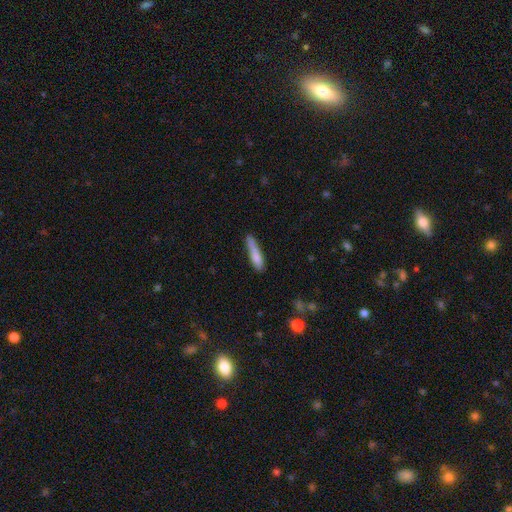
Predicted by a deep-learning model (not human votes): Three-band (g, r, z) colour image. It shows a smooth galaxy with no disk features (78%) that is cigar-shaped (85%). Merging: none (59%).